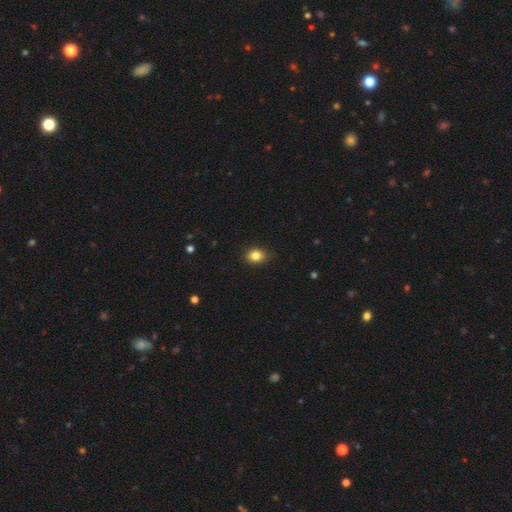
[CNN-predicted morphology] Smooth or featured?
  - smooth: 84% *
  - star or artifact: 10%
  - featured or disk: 6%
How rounded?
  - in between: 57% *
  - round: 42%
  - cigar-shaped: 1%
Merging?
  - none: 83% *
  - minor disturbance: 14%
  - major disturbance: 2%
  - merger: 1%